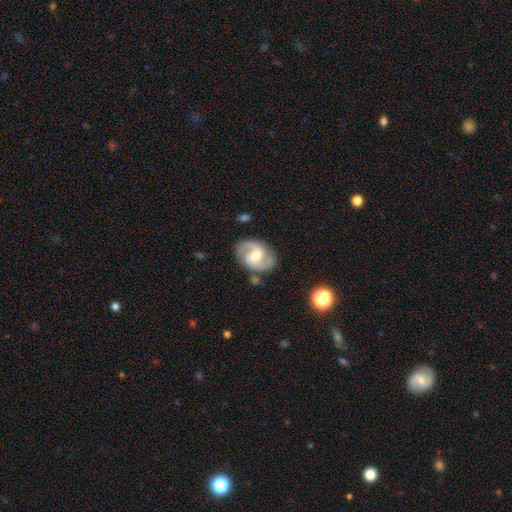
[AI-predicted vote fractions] Morphology: type=featured or disk (82%); edge-on=no (97%); bar=weak (51%); spiral arms=yes (95%); winding=medium (55%); arm count=2 (90%); bulge=moderate (59%); merging=none (78%).